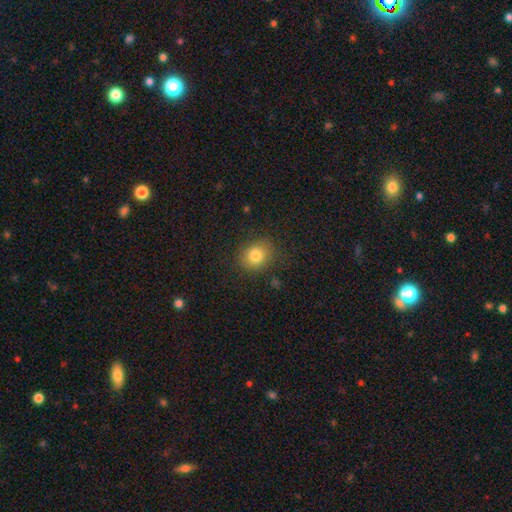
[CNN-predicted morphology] Smooth or featured: smooth — 81% (star or artifact — 11%)
How rounded: round — 60% (in between — 39%)
Merging: none — 82% (minor disturbance — 12%)